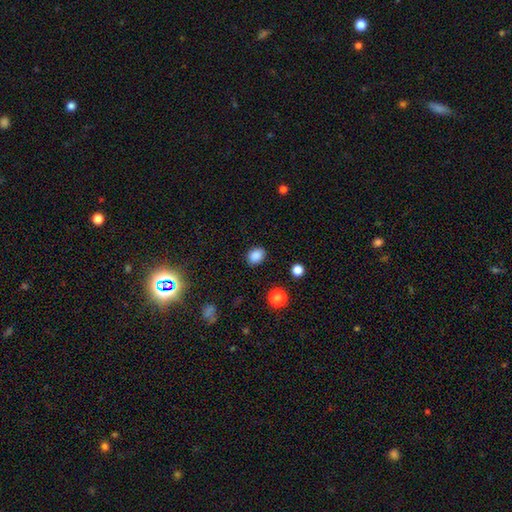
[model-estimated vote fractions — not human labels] This appears to be a smooth galaxy with no disk features (86%) that is in between round and cigar-shaped (59%). Merging: none (87%).